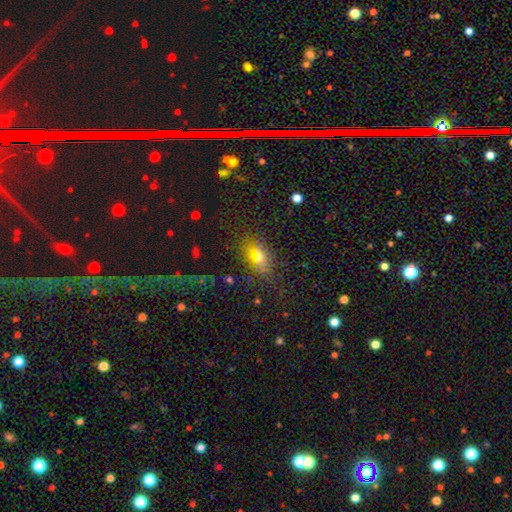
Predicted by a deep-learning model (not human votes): smooth 58%, star or artifact 24%, featured or disk 18%. Down the decision tree: how rounded — in between (74%); merging — none (79%).